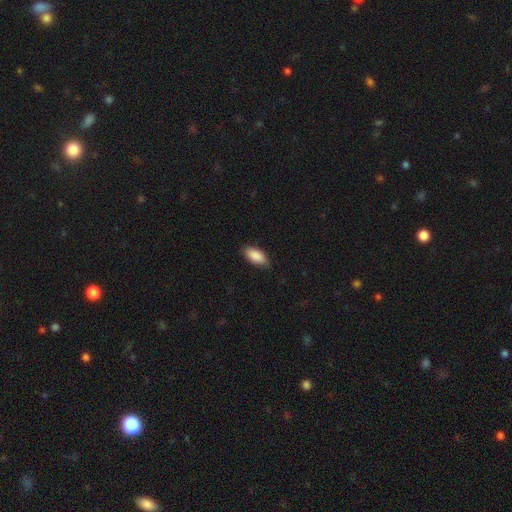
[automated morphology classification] smooth-or-featured: smooth: 89% | star or artifact: 6% | featured or disk: 5%
  how-rounded: in between: 91% | cigar-shaped: 7% | round: 2%
  merging: none: 82% | minor disturbance: 15% | major disturbance: 2% | merger: 1%